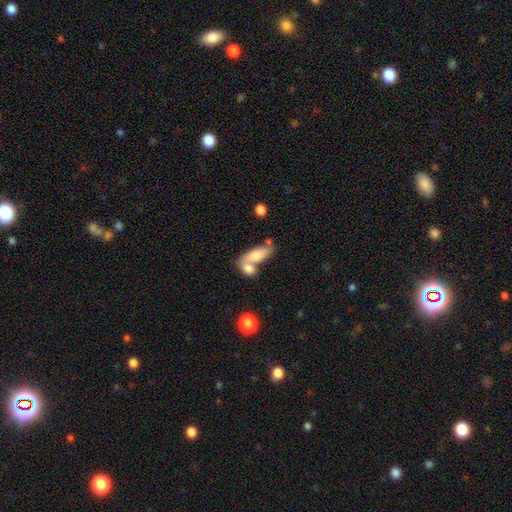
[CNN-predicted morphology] smooth_or_featured: smooth (p=0.70) [alt: featured or disk p=0.23]
how_rounded: in between (p=0.77) [alt: cigar-shaped p=0.17]
merging: merger (p=0.58) [alt: none p=0.28]